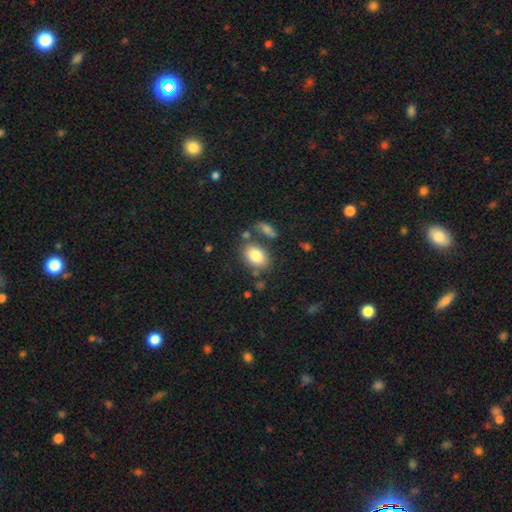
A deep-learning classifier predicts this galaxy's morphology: The model was most divided on "how rounded": in between: 75%, round: 24%, cigar-shaped: 1%. More confident: smooth or featured — smooth (82%); merging — none (69%).